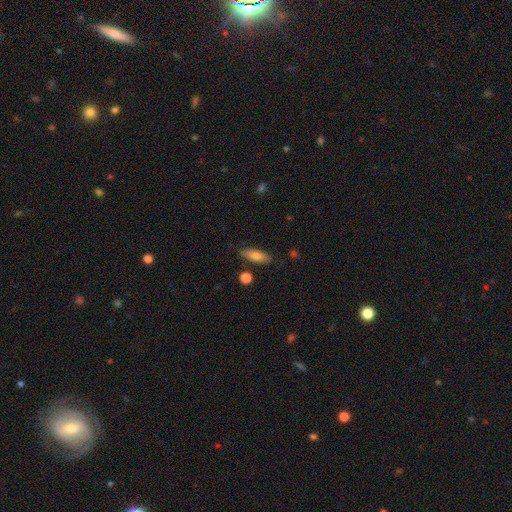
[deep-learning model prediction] Smooth or featured?
  - smooth: 77% *
  - featured or disk: 16%
  - star or artifact: 7%
How rounded?
  - in between: 57% *
  - cigar-shaped: 40%
  - round: 3%
Merging?
  - none: 82% *
  - minor disturbance: 12%
  - merger: 3%
  - major disturbance: 3%